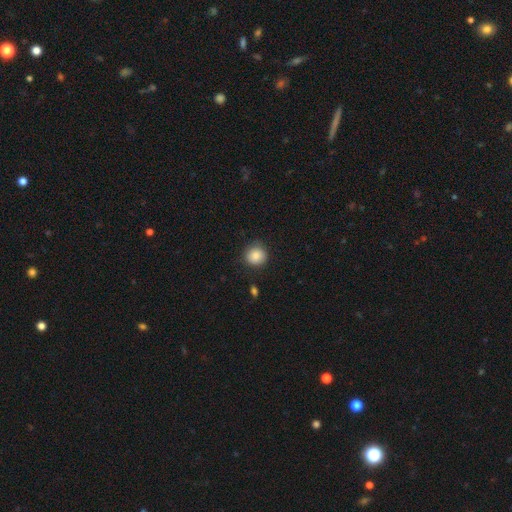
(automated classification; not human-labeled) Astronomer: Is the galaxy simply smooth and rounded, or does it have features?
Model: smooth — 86%.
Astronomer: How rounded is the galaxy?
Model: round — 90%.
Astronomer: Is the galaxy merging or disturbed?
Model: none — 84%.